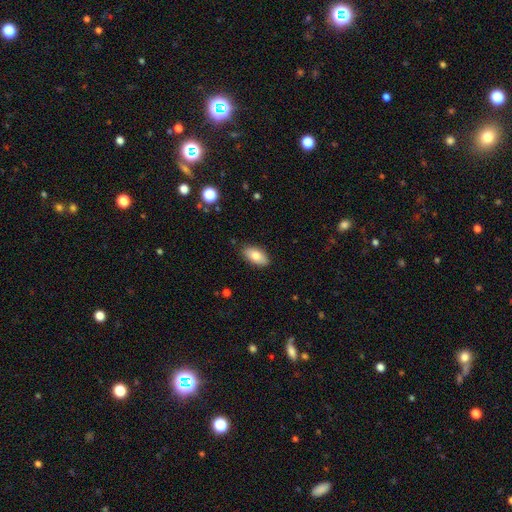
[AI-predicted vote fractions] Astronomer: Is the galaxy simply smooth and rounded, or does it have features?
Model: smooth — 80%.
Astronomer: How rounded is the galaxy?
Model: in between — 92%.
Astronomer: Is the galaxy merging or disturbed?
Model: none — 88%.